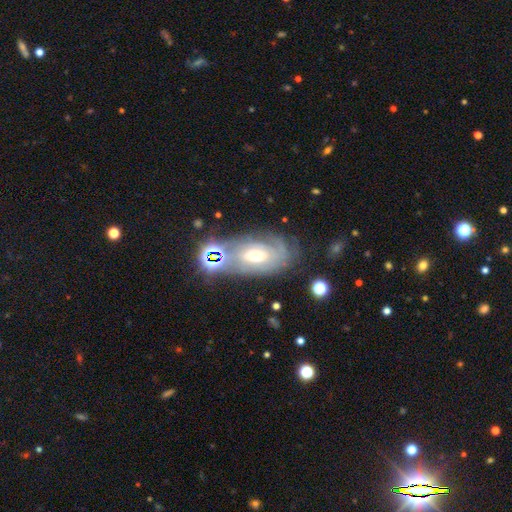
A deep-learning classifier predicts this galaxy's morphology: A featured or disk galaxy (70%) with no bar (65%), tight (66%) spiral arms (81%) and a moderate central bulge (62%).

Vote fractions:
- Smooth or featured? featured or disk: 70% / smooth: 18% / star or artifact: 12%
- Edge-on disk? no: 93% / yes: 7%
- Bar? no: 65% / weak: 28% / strong: 8%
- Spiral arms? yes: 81% / no: 19%
- Spiral winding? tight: 66% / medium: 26% / loose: 9%
- Spiral arm count? can't tell: 59% / 2: 17% / 3: 10% / 1: 6% / 4: 5% / more than 4: 4%
- Bulge size? moderate: 62% / small: 29% / large: 6% / none: 1% / dominant: 1%
- Merging? none: 55% / minor disturbance: 22% / major disturbance: 13% / merger: 10%